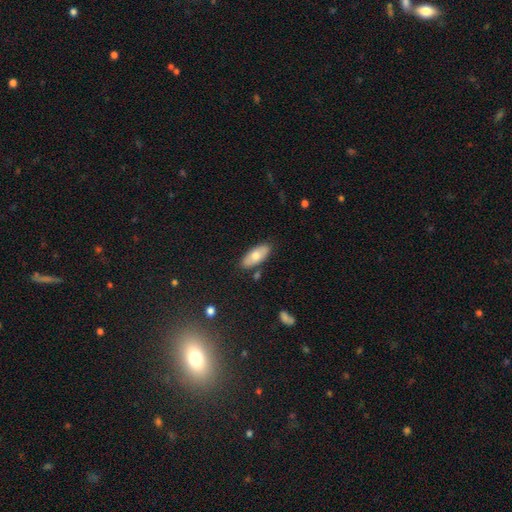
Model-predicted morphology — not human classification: A smooth galaxy with no disk features (70%) that is in between round and cigar-shaped (85%).

Vote fractions:
- Smooth or featured? smooth: 70% / featured or disk: 23% / star or artifact: 6%
- How rounded? in between: 85% / cigar-shaped: 13% / round: 3%
- Merging? none: 83% / minor disturbance: 11% / merger: 3% / major disturbance: 2%